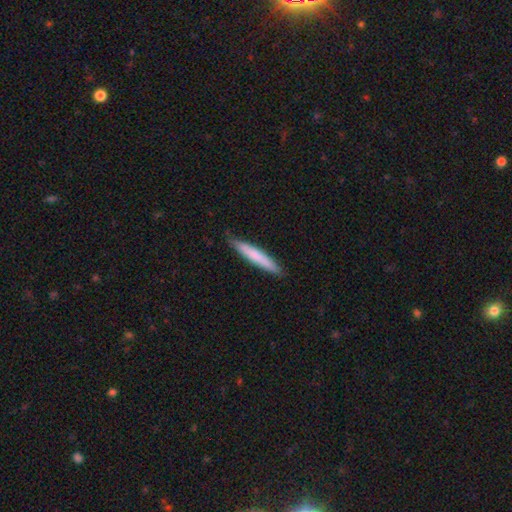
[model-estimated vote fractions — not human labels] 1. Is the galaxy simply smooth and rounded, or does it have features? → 70% smooth, 24% featured or disk, 5% star or artifact.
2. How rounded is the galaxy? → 94% cigar-shaped, 5% in between, 1% round.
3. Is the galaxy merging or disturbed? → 85% none, 12% minor disturbance, 2% major disturbance, 1% merger.